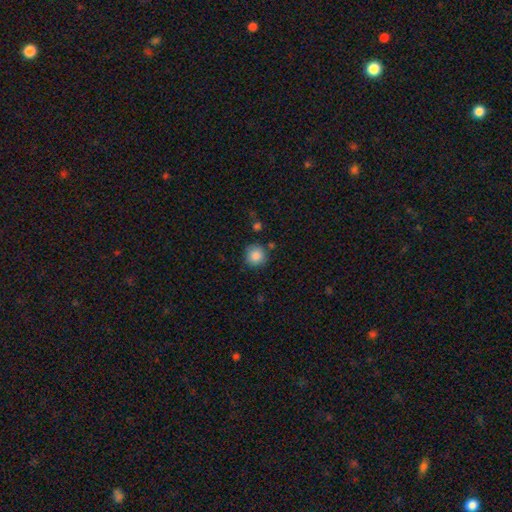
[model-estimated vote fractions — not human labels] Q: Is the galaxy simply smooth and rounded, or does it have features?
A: smooth — 87%.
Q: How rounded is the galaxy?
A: round — 93%.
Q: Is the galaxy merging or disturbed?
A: none — 83%.